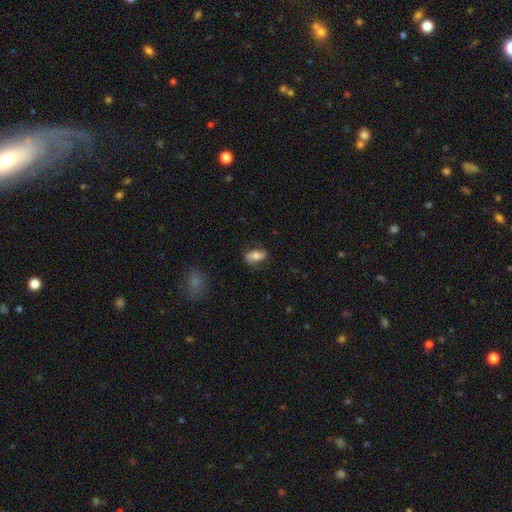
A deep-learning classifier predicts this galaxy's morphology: This appears to be a smooth galaxy with no disk features (54%) that is in between round and cigar-shaped (85%). Merging: none (73%).